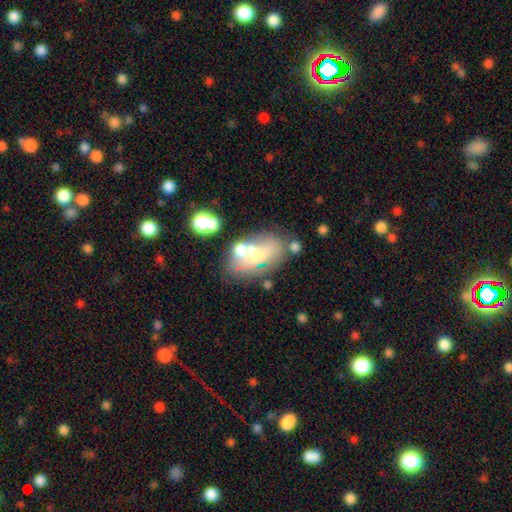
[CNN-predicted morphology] This appears to be a featured or disk galaxy (43%). Merging: none (41%).